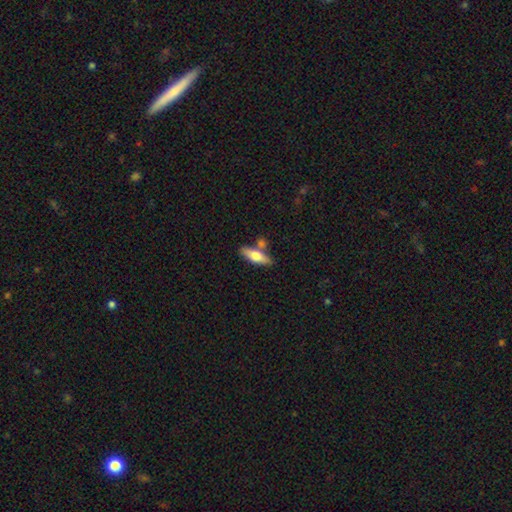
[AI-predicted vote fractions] Overall: smooth (58%; featured or disk 36%). How rounded: in between (51%; cigar-shaped 45%). Merging: none (67%).